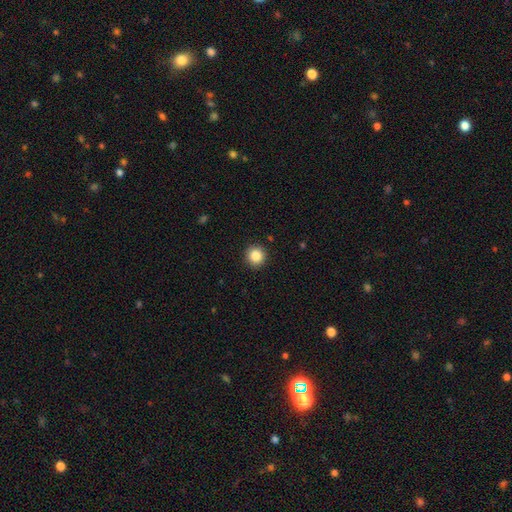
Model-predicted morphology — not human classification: Smooth or featured?
  - smooth: 86% *
  - star or artifact: 10%
  - featured or disk: 5%
How rounded?
  - round: 94% *
  - in between: 5%
  - cigar-shaped: 1%
Merging?
  - none: 92% *
  - minor disturbance: 5%
  - major disturbance: 2%
  - merger: 1%